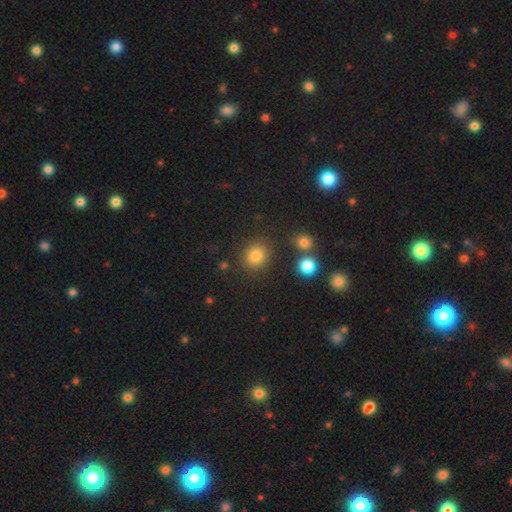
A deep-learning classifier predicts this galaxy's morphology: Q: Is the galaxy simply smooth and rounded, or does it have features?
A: smooth — 80%.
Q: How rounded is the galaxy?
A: round — 85%.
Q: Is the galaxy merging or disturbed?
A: none — 84%.